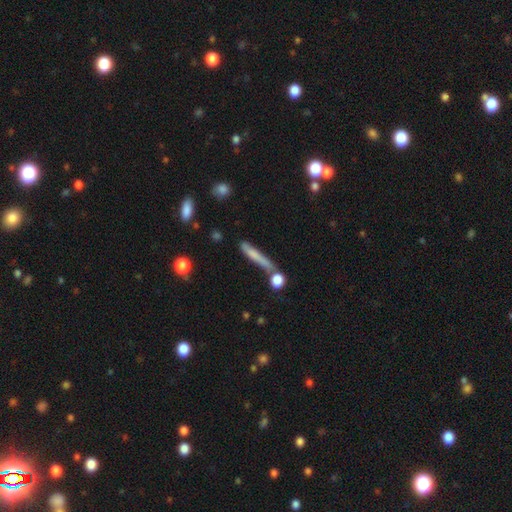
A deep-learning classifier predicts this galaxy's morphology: Smooth or featured?
  - smooth: 62% *
  - featured or disk: 29%
  - star or artifact: 9%
How rounded?
  - cigar-shaped: 90% *
  - in between: 7%
  - round: 3%
Merging?
  - none: 60% *
  - minor disturbance: 19%
  - merger: 13%
  - major disturbance: 7%